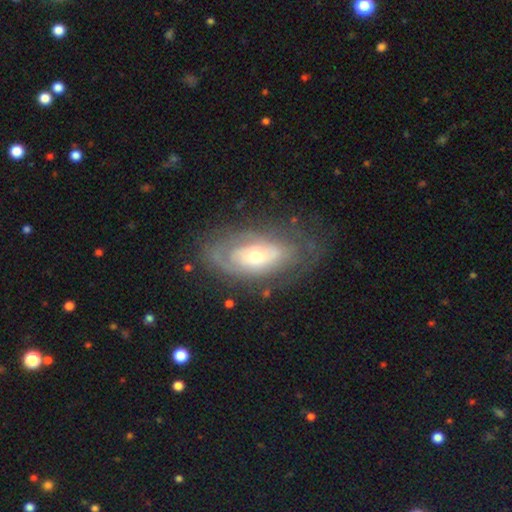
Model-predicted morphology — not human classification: Q: Smooth or featured?
A: featured or disk (69%); runner-up: smooth (24%)
Q: Edge-on disk?
A: no (90%); runner-up: yes (10%)
Q: Bar?
A: no (79%); runner-up: weak (16%)
Q: Spiral arms?
A: yes (65%); runner-up: no (35%)
Q: Bulge size?
A: moderate (50%); runner-up: small (42%)
Q: Merging?
A: none (66%); runner-up: minor disturbance (20%)